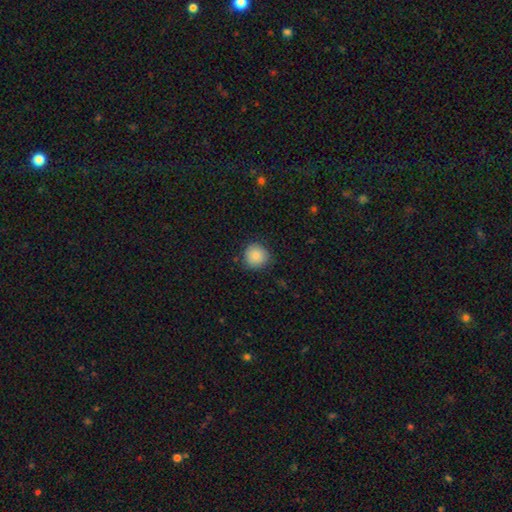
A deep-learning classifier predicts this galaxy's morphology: Smooth or featured? smooth (85%)
How rounded? round (92%)
Merging? none (85%)